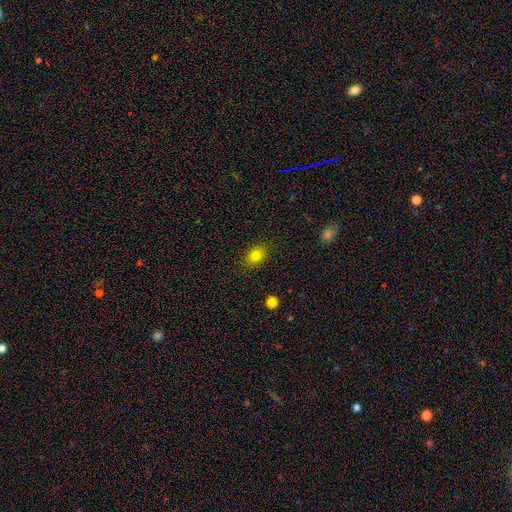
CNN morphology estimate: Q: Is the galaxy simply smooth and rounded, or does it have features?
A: smooth — 82%.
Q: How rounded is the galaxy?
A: in between — 74%.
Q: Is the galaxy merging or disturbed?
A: none — 86%.